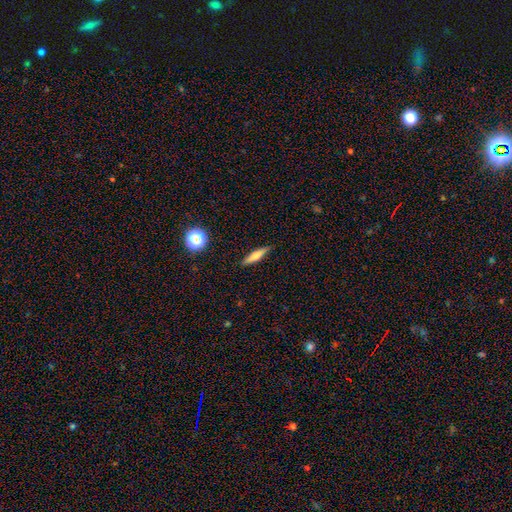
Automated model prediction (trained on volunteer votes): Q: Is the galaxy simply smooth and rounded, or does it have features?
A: smooth — 60%.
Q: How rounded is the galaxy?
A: cigar-shaped — 82%.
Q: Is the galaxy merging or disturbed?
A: none — 88%.